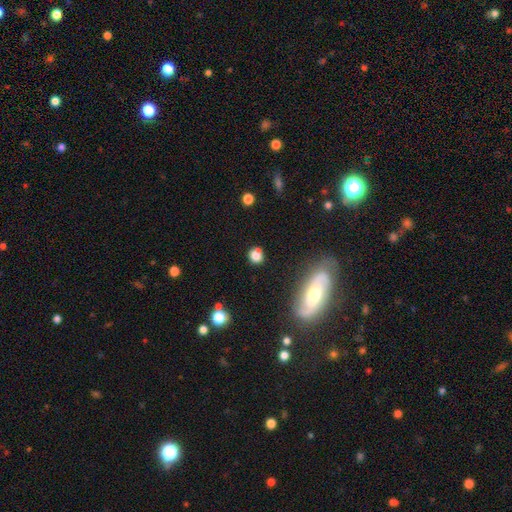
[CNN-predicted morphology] Smooth or featured?
  - smooth: 78% *
  - star or artifact: 13%
  - featured or disk: 9%
How rounded?
  - round: 78% *
  - in between: 20%
  - cigar-shaped: 2%
Merging?
  - none: 68% *
  - minor disturbance: 14%
  - merger: 13%
  - major disturbance: 5%